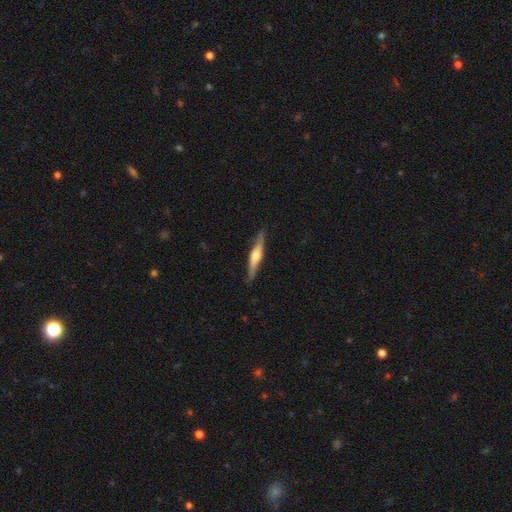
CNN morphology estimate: Smooth or featured?
  - featured or disk: 61% *
  - smooth: 34%
  - star or artifact: 5%
Edge-on disk?
  - yes: 94% *
  - no: 6%
Edge-on bulge?
  - rounded: 83% *
  - boxy: 9%
  - none: 8%
Merging?
  - none: 85% *
  - minor disturbance: 12%
  - major disturbance: 2%
  - merger: 1%